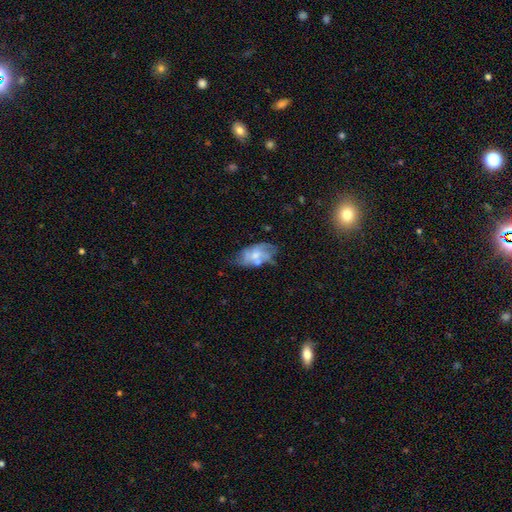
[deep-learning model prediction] Smooth or featured? Predicted: featured or disk (p=0.52). Edge-on disk? Predicted: no (p=0.94). Merging? Predicted: none (p=0.43).